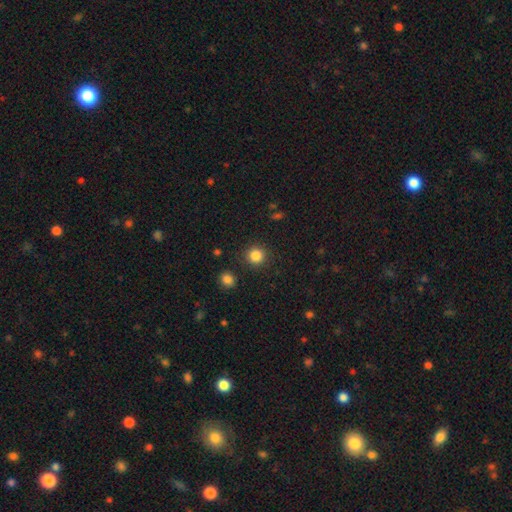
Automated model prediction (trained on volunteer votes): Smooth or featured: smooth — 85% (star or artifact — 11%)
How rounded: round — 93% (in between — 6%)
Merging: none — 89% (minor disturbance — 6%)